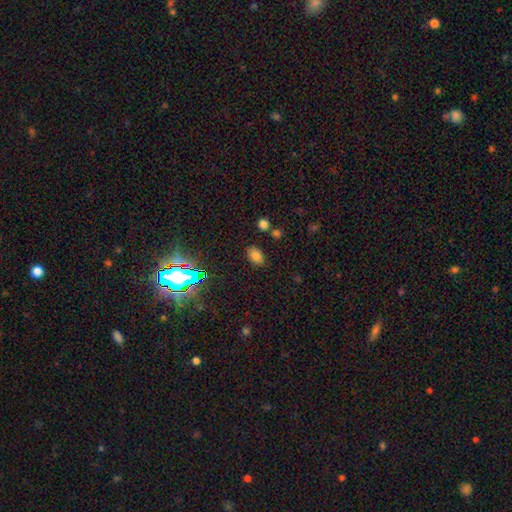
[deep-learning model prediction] This appears to be a smooth galaxy with no disk features (76%) that is in between round and cigar-shaped (82%). Merging: none (82%).